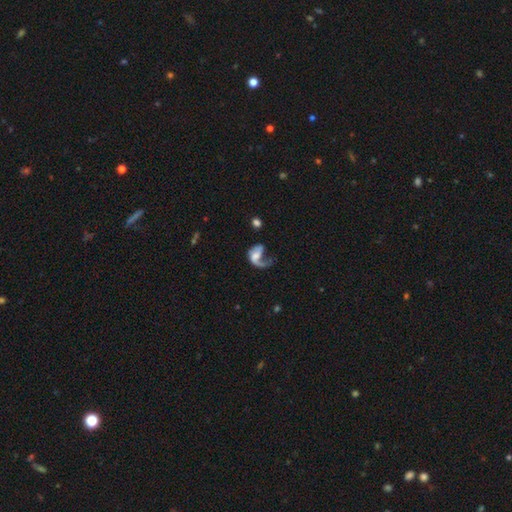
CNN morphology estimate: This appears to be a featured or disk galaxy (69%) with no bar (51%), 1 (72%) loose (68%) spiral arms (83%) and a small central bulge (32%, tied with moderate). Merging: major disturbance (52%).